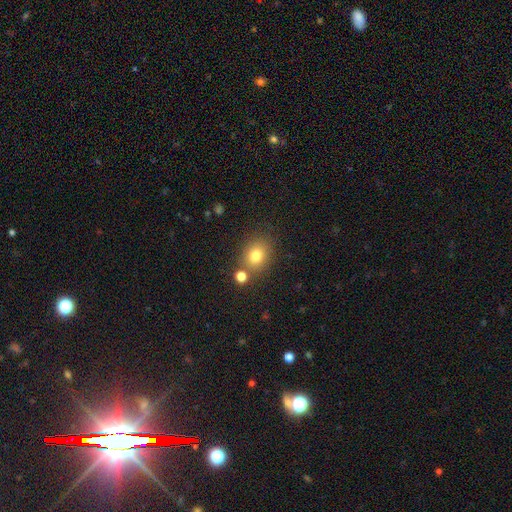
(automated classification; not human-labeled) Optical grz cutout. It shows a smooth galaxy with no disk features (79%) that is round (56%). Merging: none (72%).